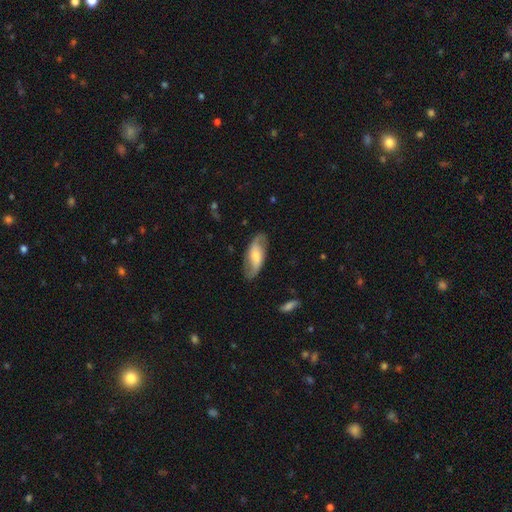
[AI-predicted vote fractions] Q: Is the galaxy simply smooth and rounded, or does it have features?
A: featured or disk — 66%.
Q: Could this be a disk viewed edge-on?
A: no — 91%.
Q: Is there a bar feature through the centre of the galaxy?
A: weak — 43%.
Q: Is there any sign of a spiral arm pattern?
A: yes — 90%.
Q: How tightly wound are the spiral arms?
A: loose — 59%.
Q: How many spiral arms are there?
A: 2 — 89%.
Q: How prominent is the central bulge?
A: moderate — 49%.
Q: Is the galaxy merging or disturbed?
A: none — 80%.